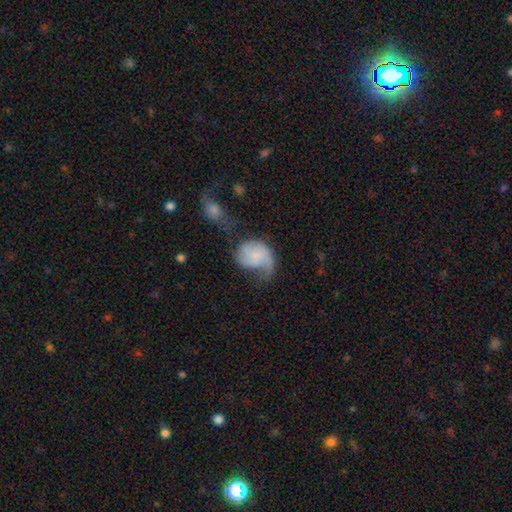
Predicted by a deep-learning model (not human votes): smooth-or-featured: featured or disk: 49% | smooth: 44% | star or artifact: 7%
  merging: major disturbance: 39% | none: 26% | minor disturbance: 25% | merger: 10%